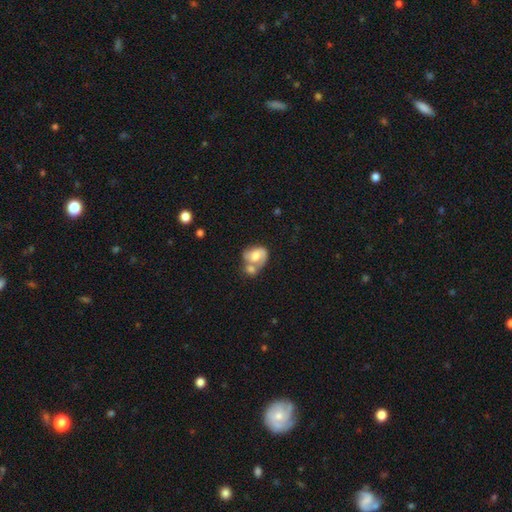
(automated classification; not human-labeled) smooth-or-featured: featured or disk: 56% | smooth: 37% | star or artifact: 7%
  disk-edge-on: no: 98% | yes: 2%
    bar: no: 68% | weak: 27% | strong: 5%
    has-spiral-arms: yes: 76% | no: 24%
    bulge-size: moderate: 60% | large: 17% | small: 16% | none: 5% | dominant: 2%
  merging: merger: 59% | none: 21% | minor disturbance: 12% | major disturbance: 8%